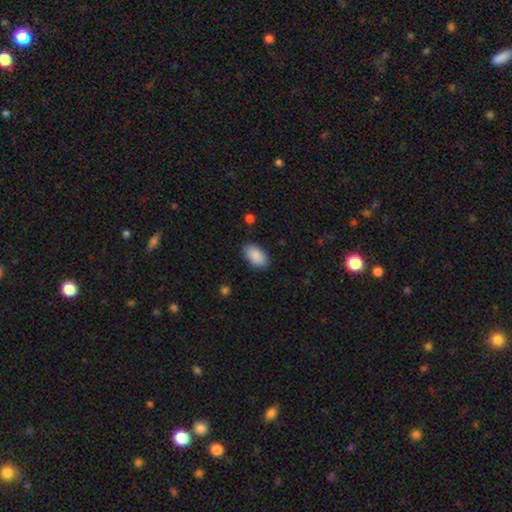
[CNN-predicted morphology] This appears to be a smooth galaxy with no disk features (90%) that is in between round and cigar-shaped (94%). Merging: none (84%).